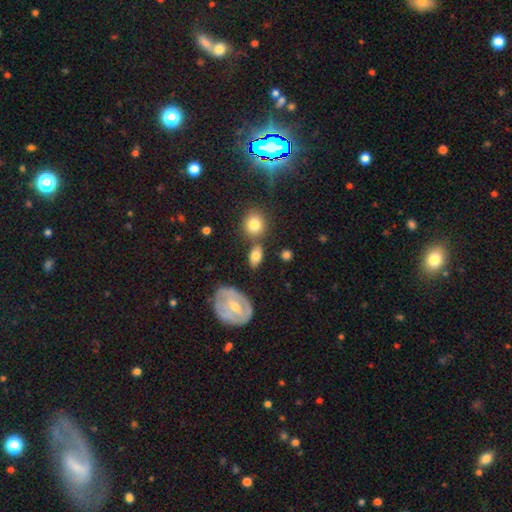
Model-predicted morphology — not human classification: This appears to be a smooth galaxy with no disk features (73%) that is in between round and cigar-shaped (80%). Merging: none (65%).